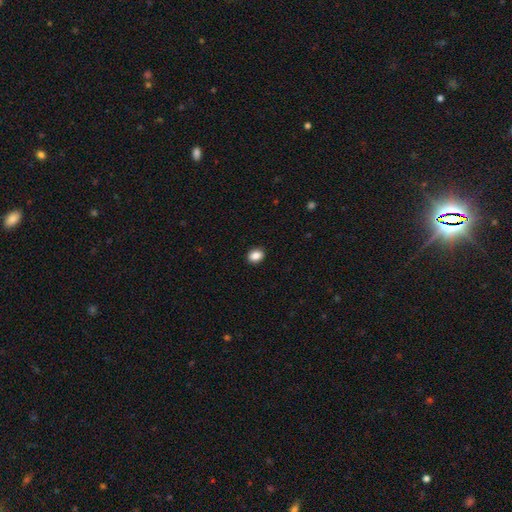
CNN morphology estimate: Smooth or featured: smooth — 87% (star or artifact — 9%)
How rounded: in between — 57% (round — 42%)
Merging: none — 91% (minor disturbance — 7%)